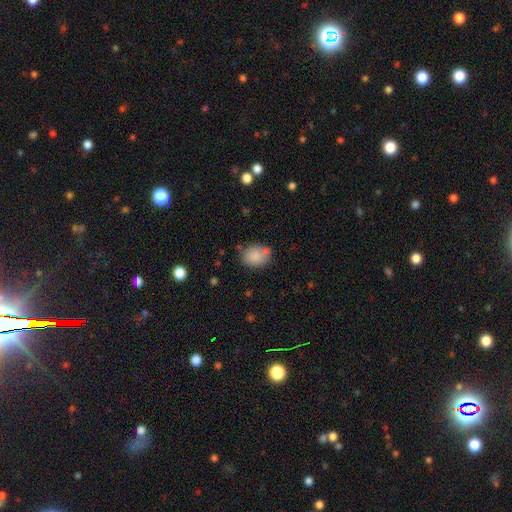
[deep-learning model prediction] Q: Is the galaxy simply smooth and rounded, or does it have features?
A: smooth — 83%.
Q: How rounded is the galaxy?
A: in between — 54%.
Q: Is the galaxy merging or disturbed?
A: none — 69%.